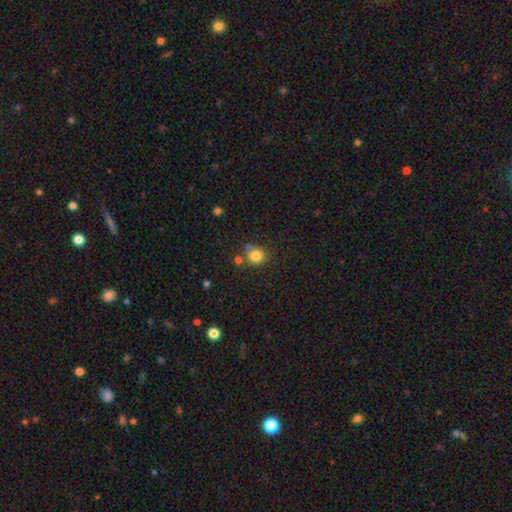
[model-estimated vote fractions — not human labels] A smooth galaxy with no disk features (81%) that is round (85%).

Vote fractions:
- Smooth or featured? smooth: 81% / star or artifact: 12% / featured or disk: 7%
- How rounded? round: 85% / in between: 14% / cigar-shaped: 1%
- Merging? none: 66% / merger: 15% / minor disturbance: 14% / major disturbance: 5%